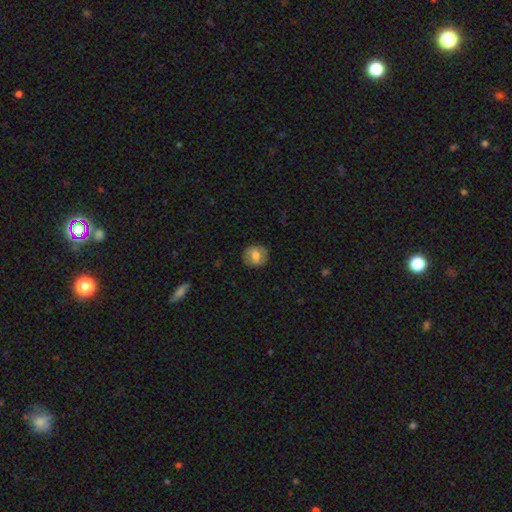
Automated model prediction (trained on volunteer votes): Smooth or featured: smooth — 54% (featured or disk — 39%)
How rounded: round — 79% (in between — 20%)
Merging: none — 83% (minor disturbance — 12%)